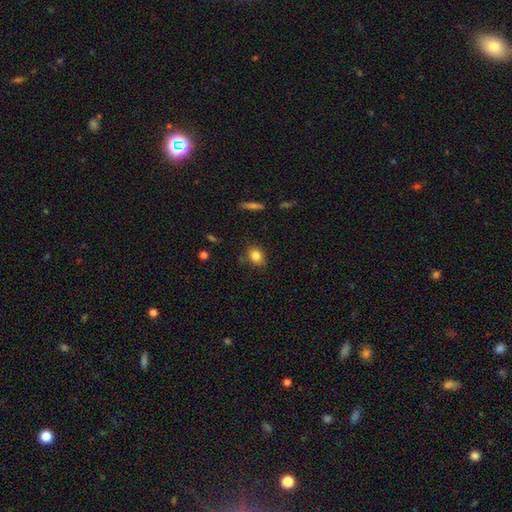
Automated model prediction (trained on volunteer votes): This appears to be a smooth galaxy with no disk features (83%) that is round (55%). Merging: none (78%).